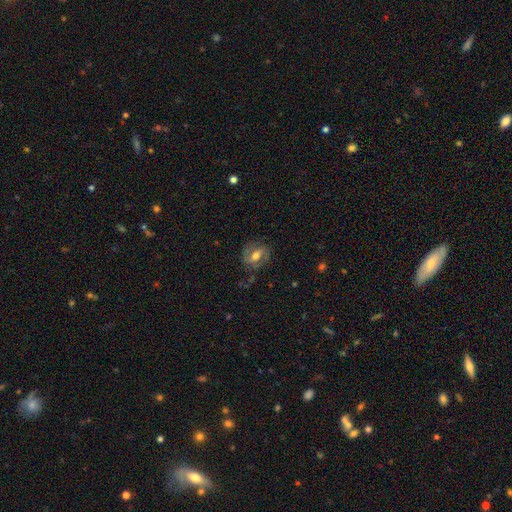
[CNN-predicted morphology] Smooth or featured? Predicted: featured or disk (p=0.64). Edge-on disk? Predicted: no (p=0.95). Bar? Predicted: weak (p=0.45). Spiral arms? Predicted: yes (p=0.83). Spiral winding? Predicted: medium (p=0.47). Spiral arm count? Predicted: 2 (p=0.83). Bulge size? Predicted: moderate (p=0.67). Merging? Predicted: none (p=0.72).